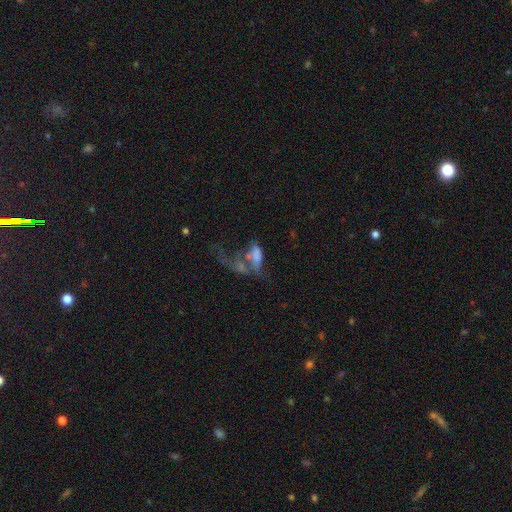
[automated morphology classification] This is possibly a smooth galaxy (52%). How rounded: clearly in between (81%). Merging: possibly merger (53%).